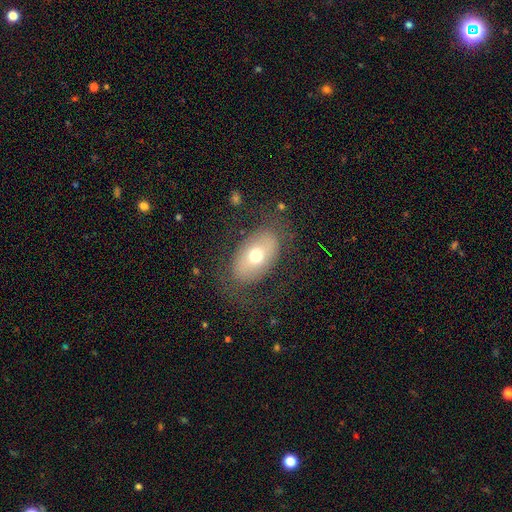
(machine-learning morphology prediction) Overall: smooth (58%; featured or disk 33%). How rounded: in between (87%). Merging: none (73%).